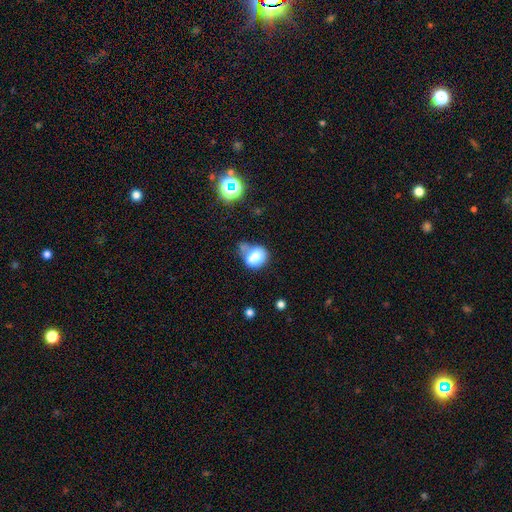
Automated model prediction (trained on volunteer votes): This is likely a smooth galaxy (75%). How rounded: possibly in between (52%). Merging: marginally merger (32%).